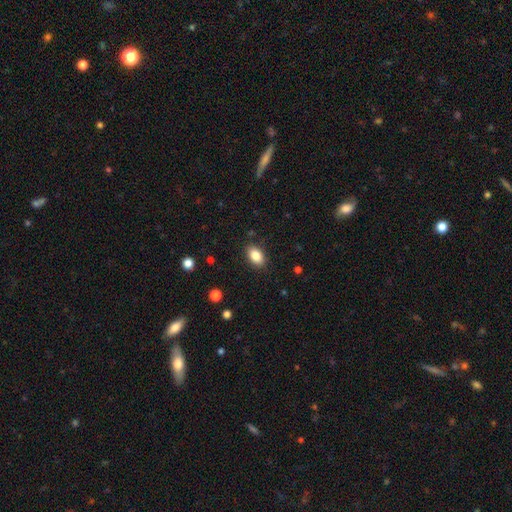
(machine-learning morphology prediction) Overall: smooth (85%). How rounded: in between (90%). Merging: none (87%).